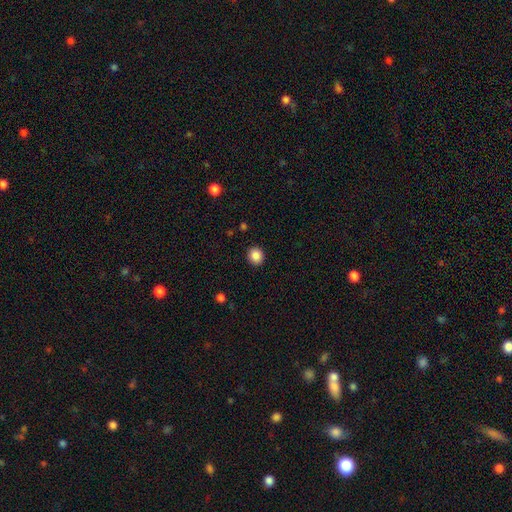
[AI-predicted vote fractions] A smooth galaxy with no disk features (87%) that is round (79%). Merging: none (91%).